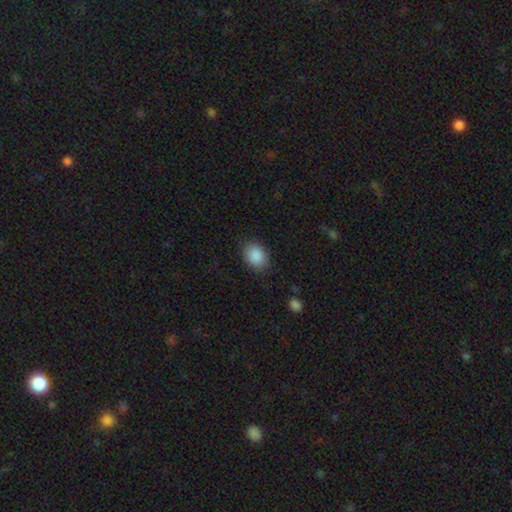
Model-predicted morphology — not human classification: smooth_or_featured: smooth (p=0.89) [alt: star or artifact p=0.07]
how_rounded: in between (p=0.66) [alt: round p=0.33]
merging: none (p=0.84) [alt: minor disturbance p=0.12]